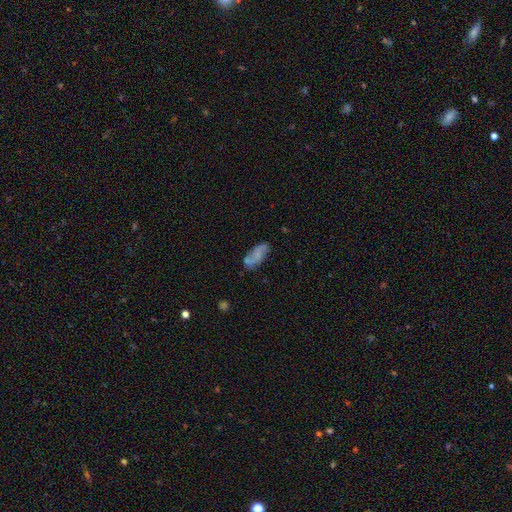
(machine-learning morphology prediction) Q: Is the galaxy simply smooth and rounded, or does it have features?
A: smooth — 57%.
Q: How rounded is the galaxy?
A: in between — 76%.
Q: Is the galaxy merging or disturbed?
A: none — 60%.